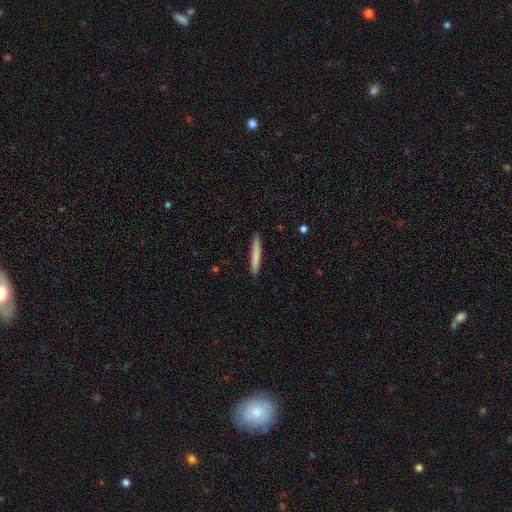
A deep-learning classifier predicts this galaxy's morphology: Smooth or featured? Predicted: smooth (p=0.77). How rounded? Predicted: cigar-shaped (p=0.96). Merging? Predicted: none (p=0.92).